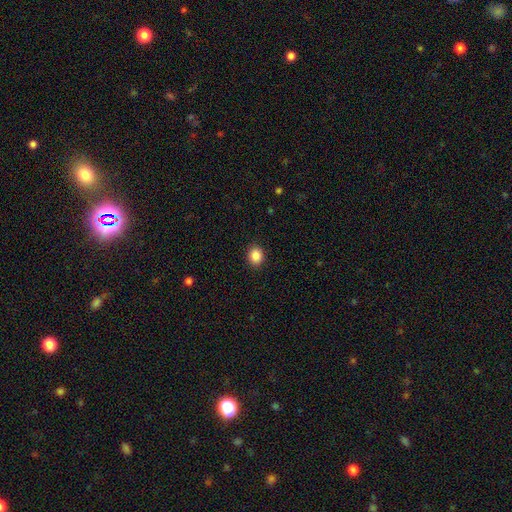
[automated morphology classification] Q: Smooth or featured?
A: smooth (86%); runner-up: star or artifact (10%)
Q: How rounded?
A: round (67%); runner-up: in between (33%)
Q: Merging?
A: none (91%); runner-up: minor disturbance (6%)